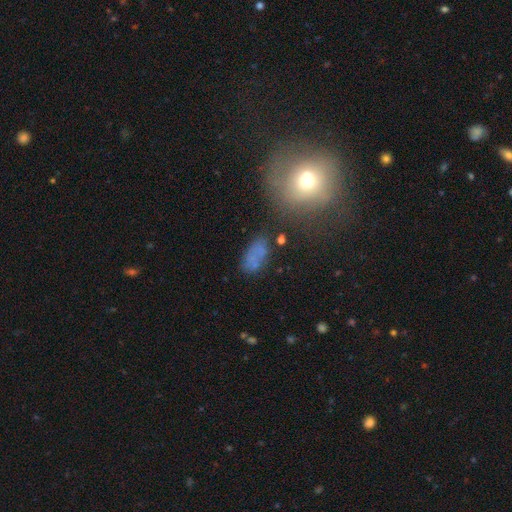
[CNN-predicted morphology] Overall: smooth (64%). How rounded: in between (84%). Merging: none (58%; minor disturbance 20%).